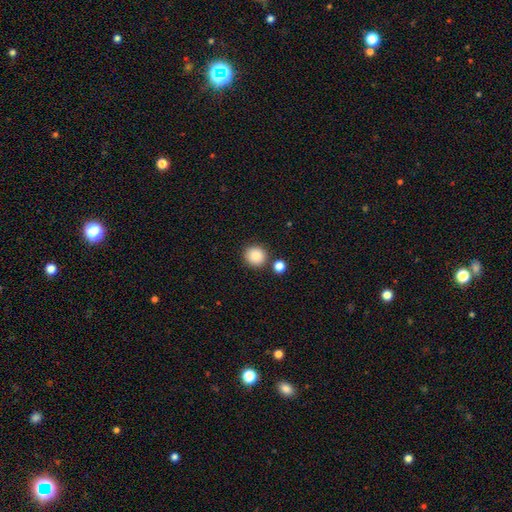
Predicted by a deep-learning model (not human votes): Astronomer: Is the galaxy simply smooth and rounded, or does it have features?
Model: smooth — 87%.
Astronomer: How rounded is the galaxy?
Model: round — 91%.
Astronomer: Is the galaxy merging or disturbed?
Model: none — 84%.